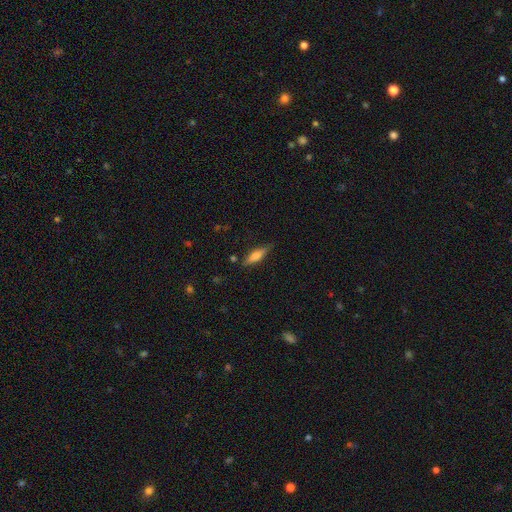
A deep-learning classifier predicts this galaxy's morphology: smooth_or_featured: smooth (p=0.50) [alt: featured or disk p=0.43]
merging: none (p=0.83) [alt: minor disturbance p=0.12]